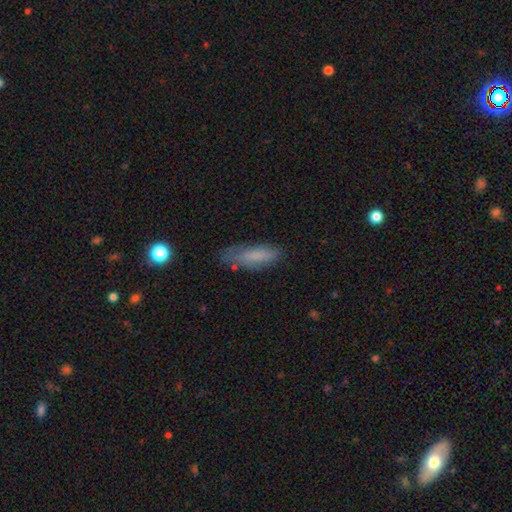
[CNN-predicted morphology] Overall: smooth (76%). How rounded: cigar-shaped (49%, tied with in between). Merging: none (62%; minor disturbance 27%).